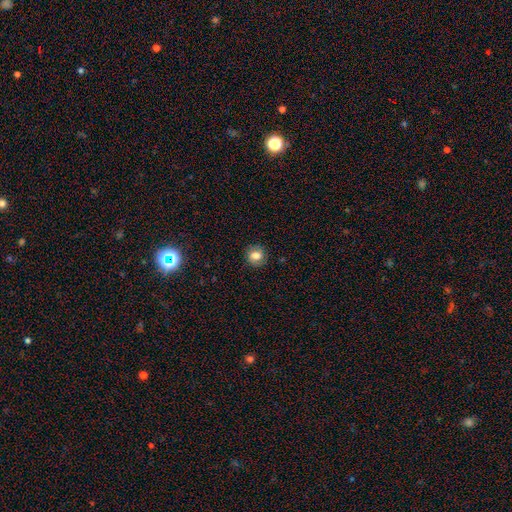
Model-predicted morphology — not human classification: A smooth galaxy with no disk features (75%) that is round (79%). Merging: none (86%).